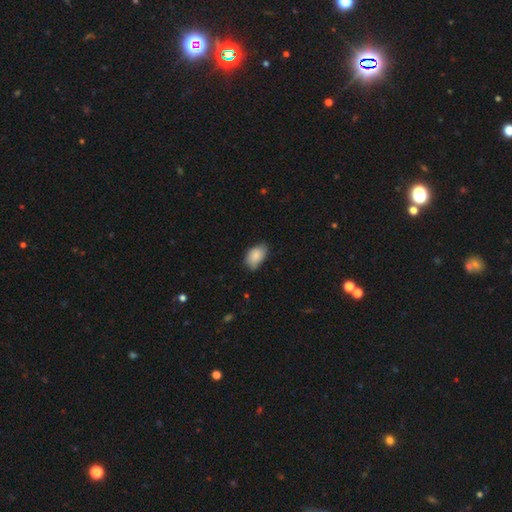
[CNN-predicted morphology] Smooth or featured? Predicted: smooth (p=0.86). How rounded? Predicted: in between (p=0.90). Merging? Predicted: none (p=0.64).